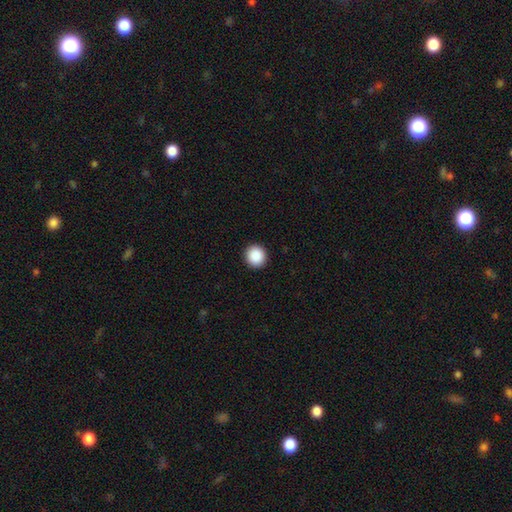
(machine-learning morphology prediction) type=smooth (89%); roundness=round (93%); merging=none (93%).